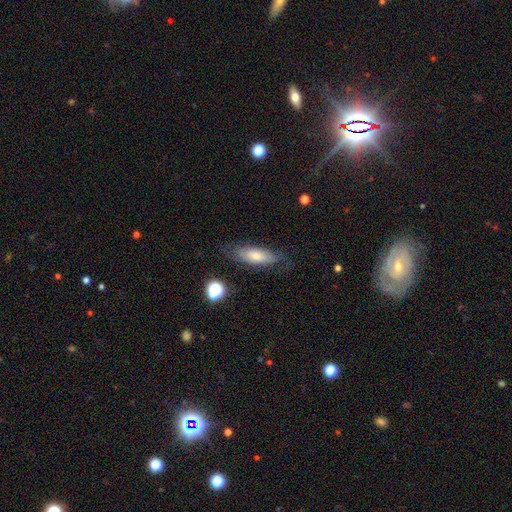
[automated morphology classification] Smooth or featured?
  - smooth: 61% *
  - featured or disk: 30%
  - star or artifact: 8%
How rounded?
  - in between: 56% *
  - cigar-shaped: 41%
  - round: 3%
Merging?
  - none: 75% *
  - minor disturbance: 17%
  - major disturbance: 6%
  - merger: 2%